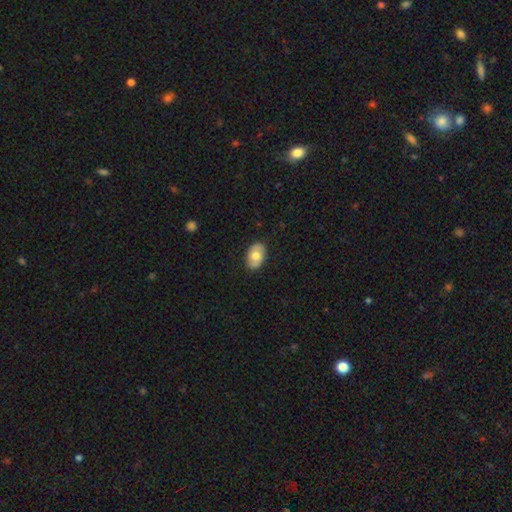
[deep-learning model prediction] Smooth or featured?
  - smooth: 69% *
  - featured or disk: 25%
  - star or artifact: 7%
How rounded?
  - in between: 86% *
  - round: 12%
  - cigar-shaped: 1%
Merging?
  - none: 86% *
  - minor disturbance: 11%
  - major disturbance: 2%
  - merger: 1%